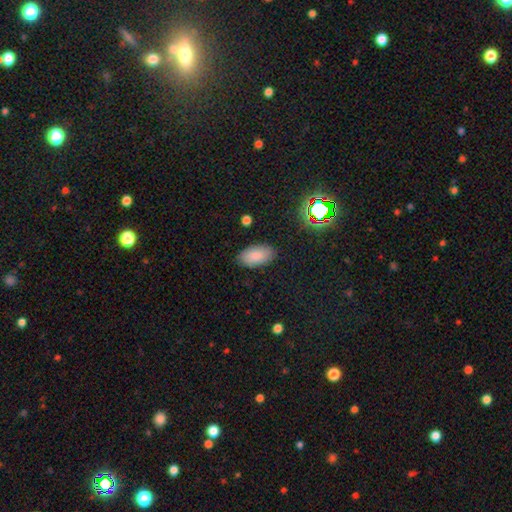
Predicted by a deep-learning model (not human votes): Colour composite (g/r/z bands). It shows a smooth galaxy with no disk features (86%) that is in between round and cigar-shaped (95%). Merging: none (86%).